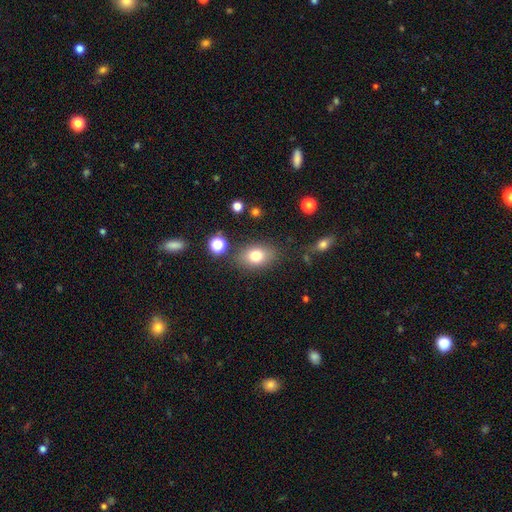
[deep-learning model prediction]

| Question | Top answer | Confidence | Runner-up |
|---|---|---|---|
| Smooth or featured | smooth | 78% | featured or disk (12%) |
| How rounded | in between | 78% | round (21%) |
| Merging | none | 80% | minor disturbance (12%) |